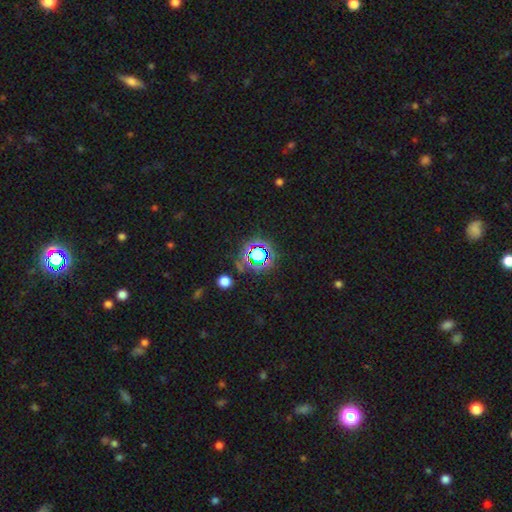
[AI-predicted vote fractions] A star or artifact, not a galaxy (69%).